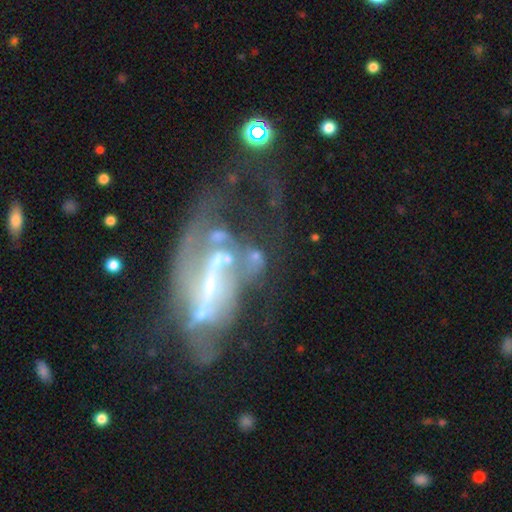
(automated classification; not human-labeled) featured or disk 71%, star or artifact 15%, smooth 14%. Down the decision tree: edge-on disk — no (91%); bar — strong (42%); spiral arms — yes (51%); bulge size — small (40%); merging — major disturbance (35%).